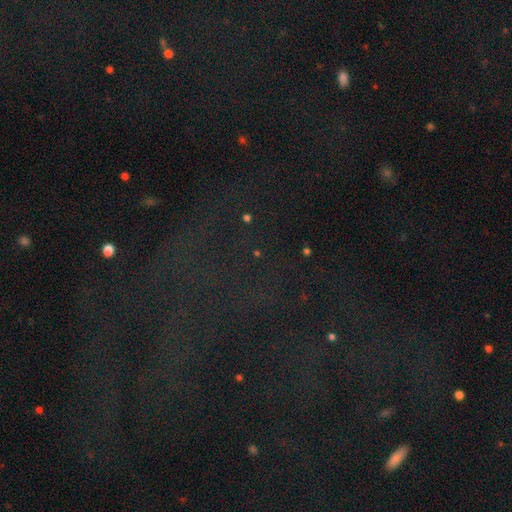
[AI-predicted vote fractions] This is likely a star or artifact rather than a galaxy (76%).